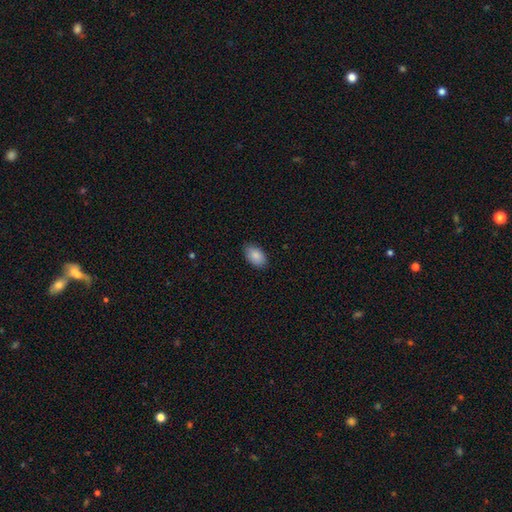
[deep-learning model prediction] smooth-or-featured: smooth: 87% | star or artifact: 7% | featured or disk: 6%
  how-rounded: in between: 92% | round: 7% | cigar-shaped: 1%
  merging: none: 86% | minor disturbance: 11% | major disturbance: 2% | merger: 1%